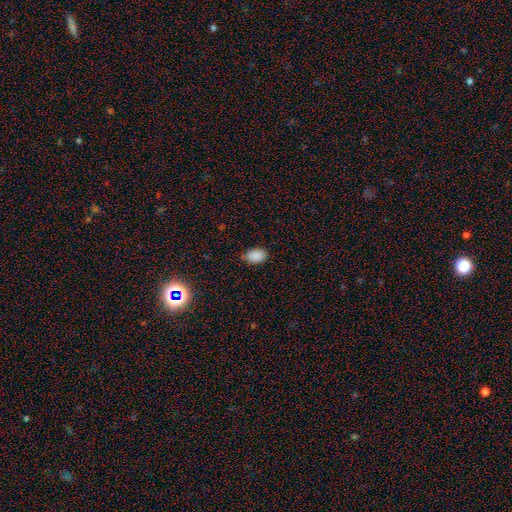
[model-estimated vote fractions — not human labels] This appears to be a smooth galaxy with no disk features (88%) that is in between round and cigar-shaped (87%). Merging: none (80%).